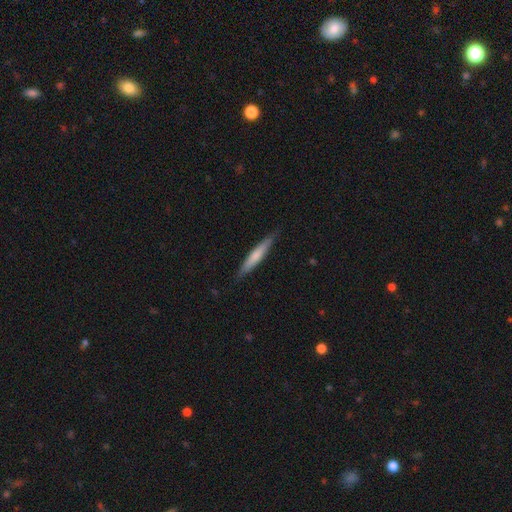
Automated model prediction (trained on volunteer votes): Smooth or featured? Predicted: smooth (p=0.63). How rounded? Predicted: cigar-shaped (p=0.93). Merging? Predicted: none (p=0.85).